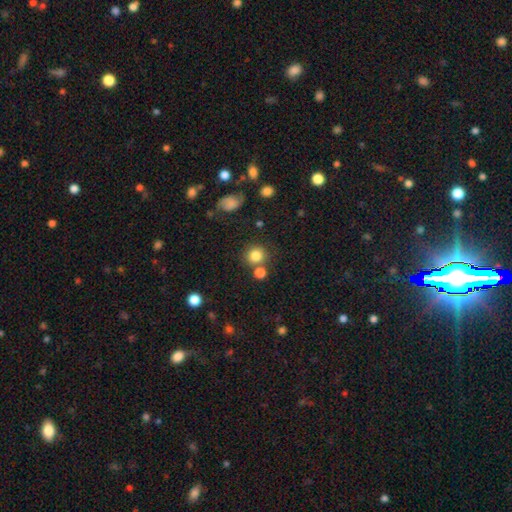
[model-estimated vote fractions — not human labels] smooth 82%, star or artifact 12%, featured or disk 6%. Down the decision tree: how rounded — round (88%); merging — none (73%).